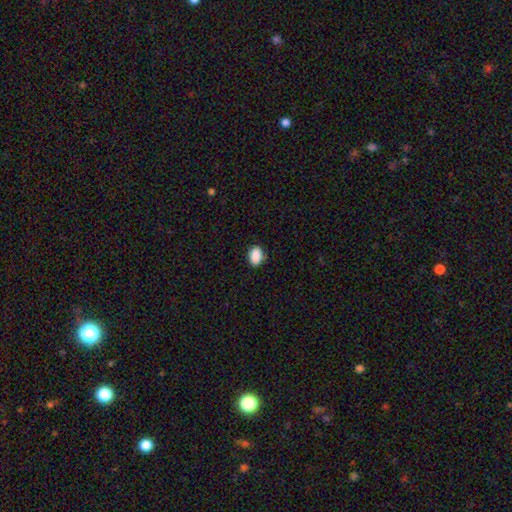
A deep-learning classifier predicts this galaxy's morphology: smooth_or_featured: smooth (p=0.89) [alt: star or artifact p=0.08]
how_rounded: in between (p=0.86) [alt: round p=0.13]
merging: none (p=0.82) [alt: minor disturbance p=0.14]